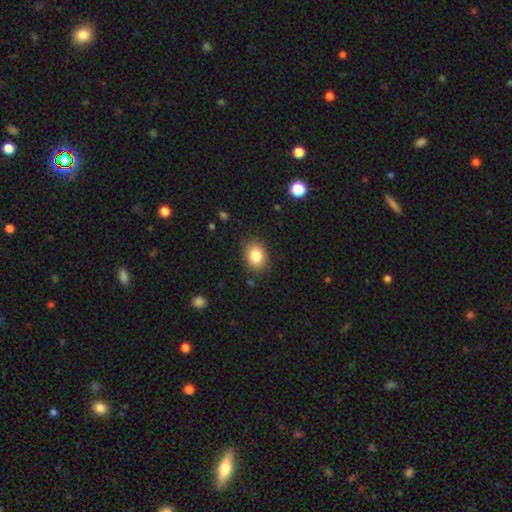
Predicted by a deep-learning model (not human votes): smooth_or_featured: smooth (p=0.83) [alt: star or artifact p=0.09]
how_rounded: in between (p=0.57) [alt: round p=0.42]
merging: none (p=0.85) [alt: minor disturbance p=0.11]